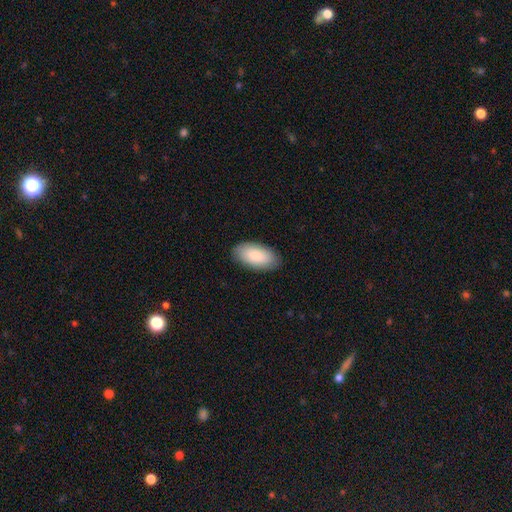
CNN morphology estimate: smooth 85%, featured or disk 9%, star or artifact 6%. Down the decision tree: how rounded — in between (95%); merging — none (87%).